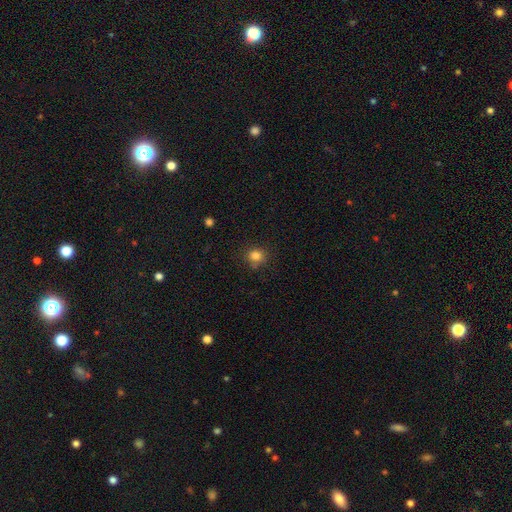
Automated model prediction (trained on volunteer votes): A smooth galaxy with no disk features (83%) that is round (86%). Merging: none (81%).